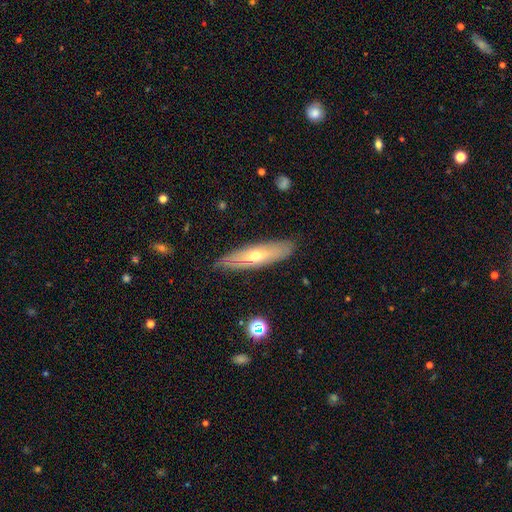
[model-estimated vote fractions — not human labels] smooth-or-featured: featured or disk: 54% | smooth: 39% | star or artifact: 8%
  disk-edge-on: yes: 56% | no: 44%
  merging: none: 81% | minor disturbance: 14% | major disturbance: 3% | merger: 1%